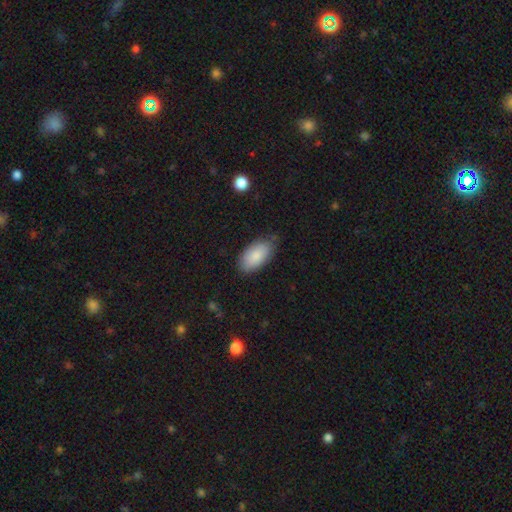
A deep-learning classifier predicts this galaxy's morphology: This is clearly a smooth galaxy (86%). How rounded: clearly in between (95%). Merging: likely none (76%).